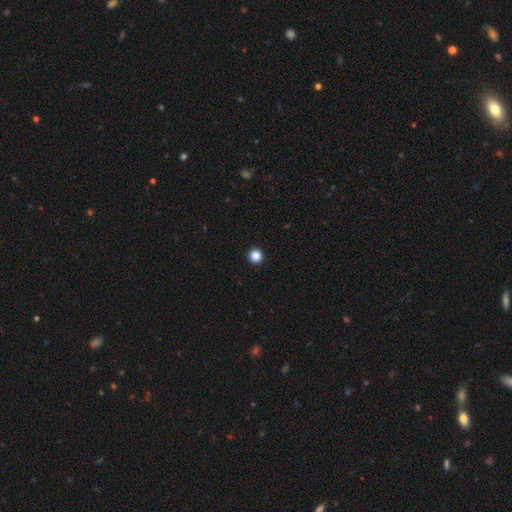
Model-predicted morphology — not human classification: Smooth or featured? smooth (85%)
How rounded? round (96%)
Merging? none (95%)